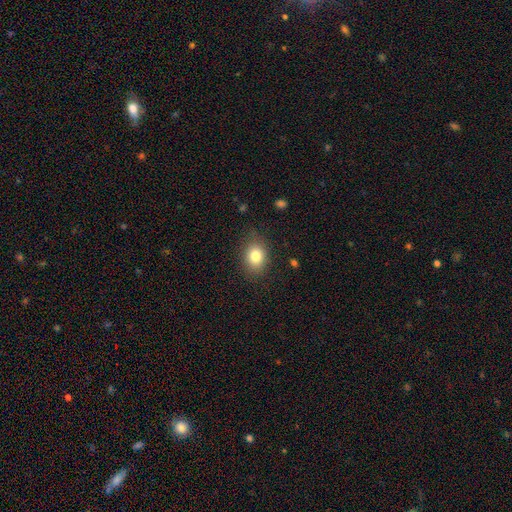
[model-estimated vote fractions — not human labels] Smooth or featured? Predicted: smooth (p=0.82). How rounded? Predicted: in between (p=0.60). Merging? Predicted: none (p=0.84).